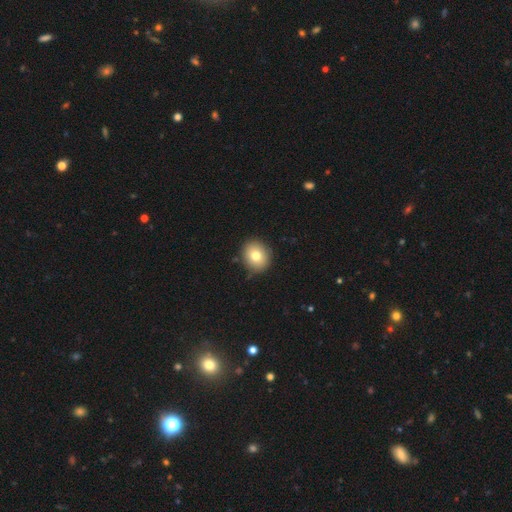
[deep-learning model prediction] smooth-or-featured: smooth: 77% | featured or disk: 13% | star or artifact: 10%
  how-rounded: round: 75% | in between: 24% | cigar-shaped: 1%
  merging: none: 86% | minor disturbance: 10% | major disturbance: 2% | merger: 2%